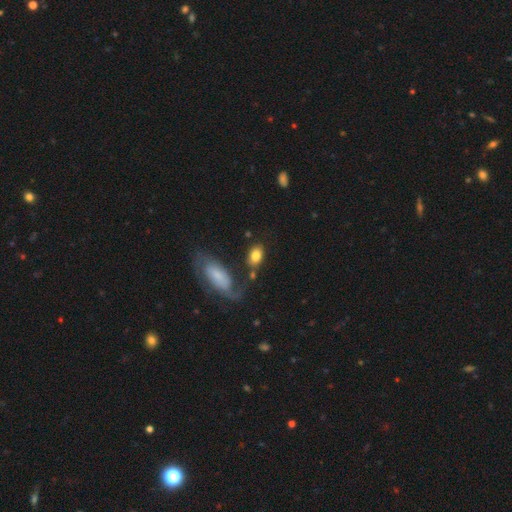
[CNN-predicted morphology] This is likely a smooth galaxy (79%). How rounded: clearly in between (83%). Merging: likely none (61%).